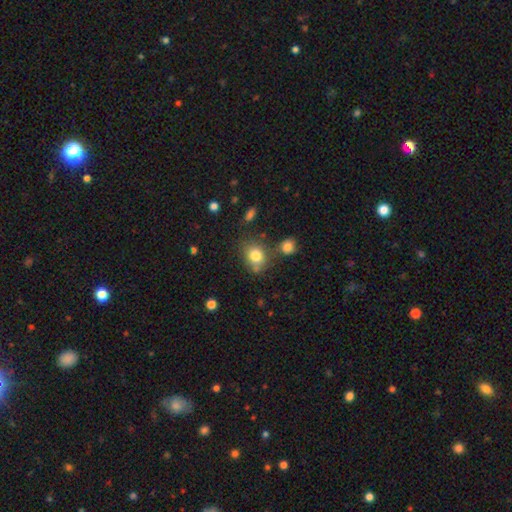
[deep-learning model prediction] smooth_or_featured: smooth (p=0.80) [alt: star or artifact p=0.11]
how_rounded: round (p=0.60) [alt: in between p=0.39]
merging: none (p=0.66) [alt: minor disturbance p=0.16]